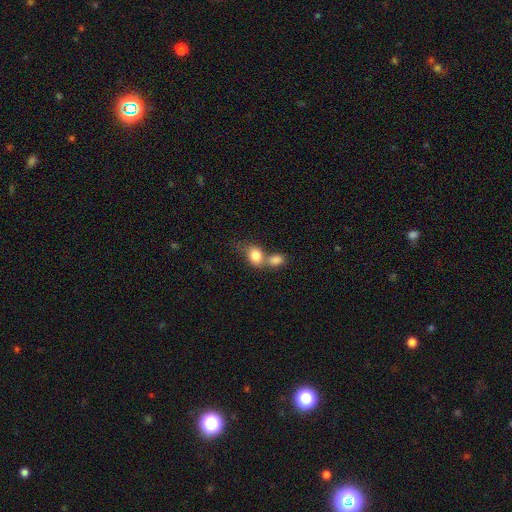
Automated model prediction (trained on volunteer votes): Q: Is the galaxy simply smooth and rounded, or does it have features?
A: smooth — 82%.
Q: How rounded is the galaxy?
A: in between — 57%.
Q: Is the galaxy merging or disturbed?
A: merger — 59%.